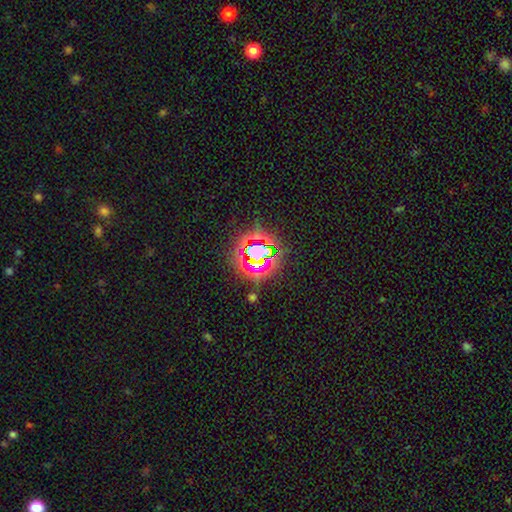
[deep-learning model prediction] This is likely a star or artifact rather than a galaxy (72%).